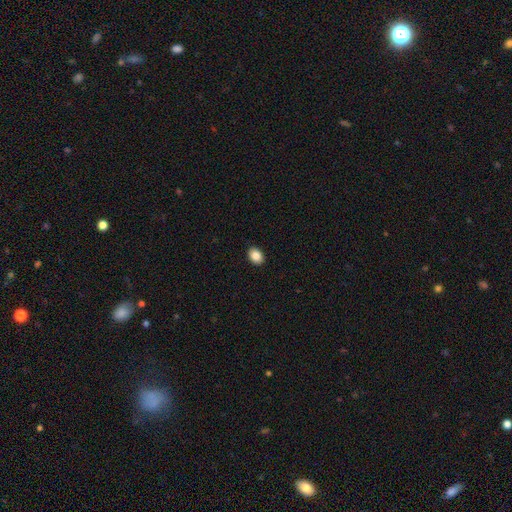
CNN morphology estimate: Q: Smooth or featured?
A: smooth (88%); runner-up: star or artifact (8%)
Q: How rounded?
A: in between (73%); runner-up: round (26%)
Q: Merging?
A: none (91%); runner-up: minor disturbance (7%)